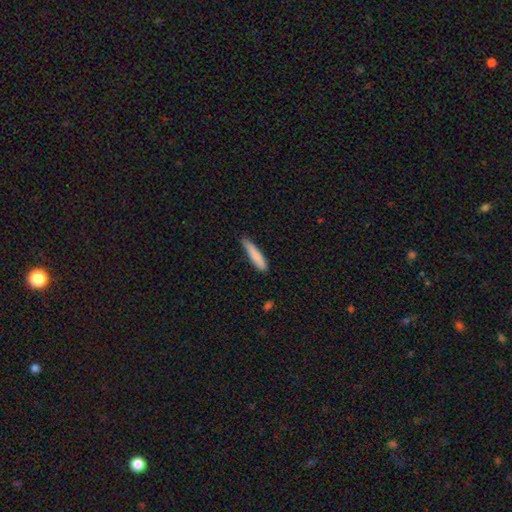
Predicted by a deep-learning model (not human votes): Overall: smooth (83%). How rounded: cigar-shaped (87%). Merging: none (75%).